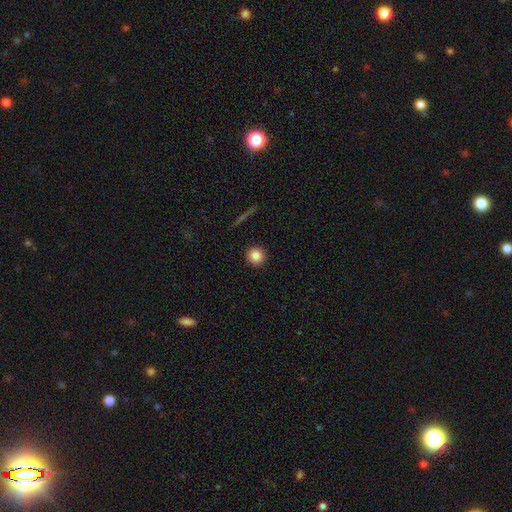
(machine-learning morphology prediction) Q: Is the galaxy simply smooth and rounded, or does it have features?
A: smooth — 84%.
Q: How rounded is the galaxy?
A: round — 95%.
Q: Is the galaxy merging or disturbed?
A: none — 92%.